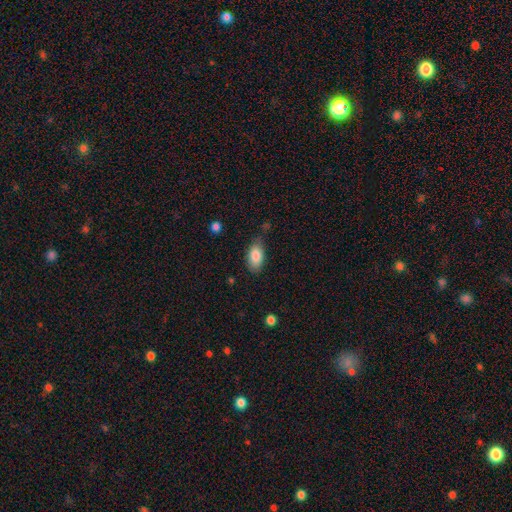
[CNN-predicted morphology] A smooth galaxy with no disk features (84%) that is in between round and cigar-shaped (92%). Merging: none (70%).